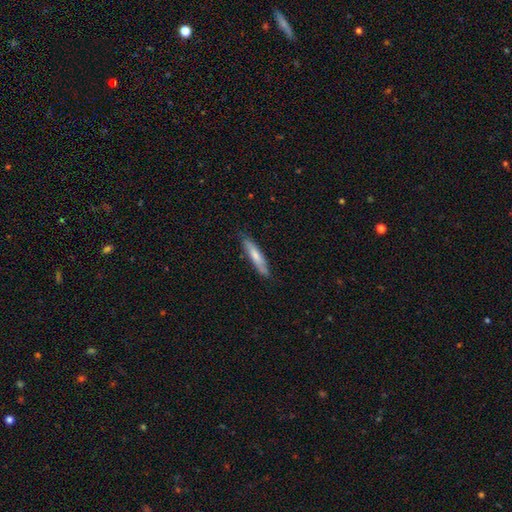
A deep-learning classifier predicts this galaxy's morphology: Overall: smooth (67%; featured or disk 27%). How rounded: cigar-shaped (85%). Merging: none (81%).